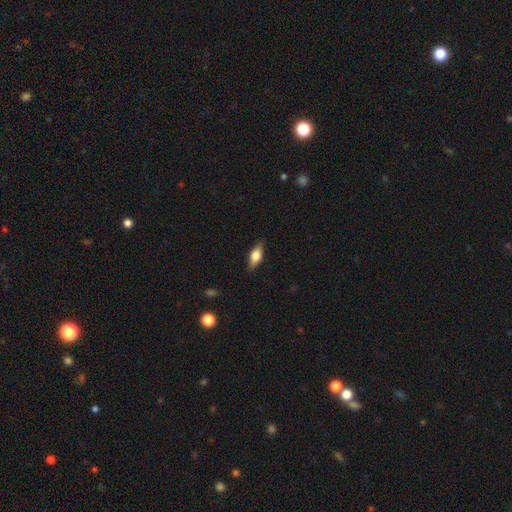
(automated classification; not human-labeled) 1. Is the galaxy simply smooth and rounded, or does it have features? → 56% smooth, 37% featured or disk, 7% star or artifact.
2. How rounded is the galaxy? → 68% in between, 28% cigar-shaped, 4% round.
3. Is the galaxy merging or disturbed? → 85% none, 12% minor disturbance, 3% major disturbance, 1% merger.